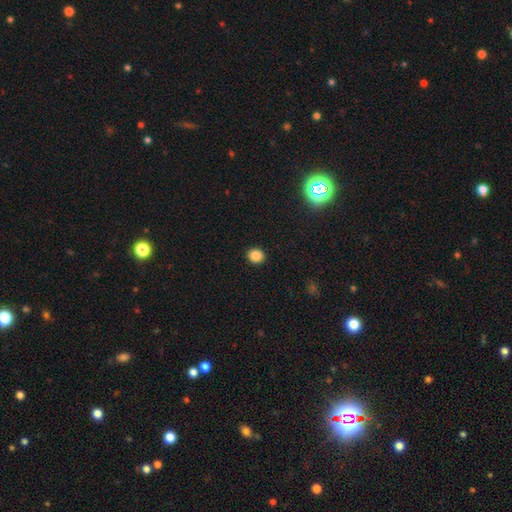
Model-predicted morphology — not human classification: A smooth galaxy with no disk features (86%) that is round (78%).

Vote fractions:
- Smooth or featured? smooth: 86% / star or artifact: 11% / featured or disk: 4%
- How rounded? round: 78% / in between: 21% / cigar-shaped: 1%
- Merging? none: 92% / minor disturbance: 5% / major disturbance: 2% / merger: 1%